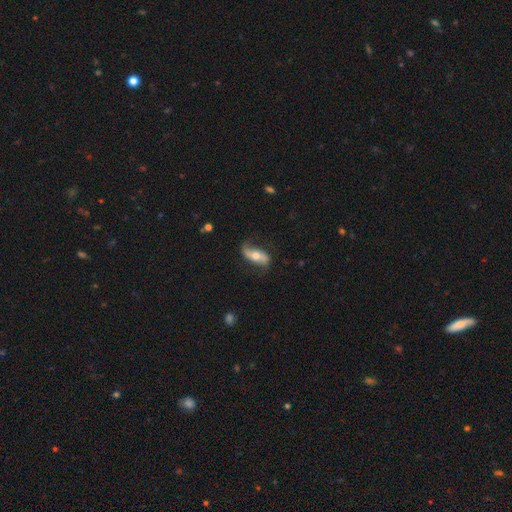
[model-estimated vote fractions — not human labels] A featured or disk galaxy (65%) with no bar (49%), spiral arms (84%) and a moderate central bulge (69%). Merging: none (68%).